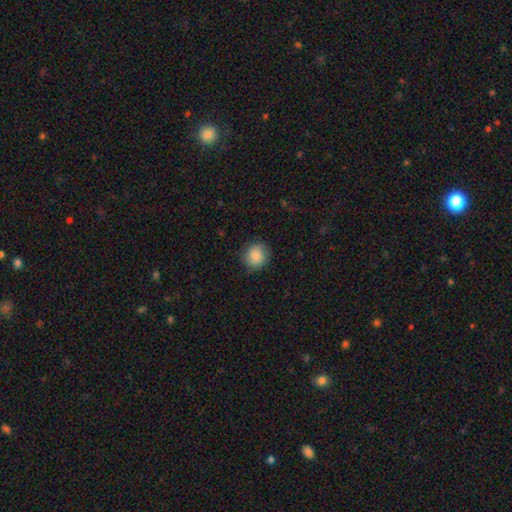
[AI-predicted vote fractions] Smooth or featured? Predicted: smooth (p=0.87). How rounded? Predicted: round (p=0.86). Merging? Predicted: none (p=0.85).